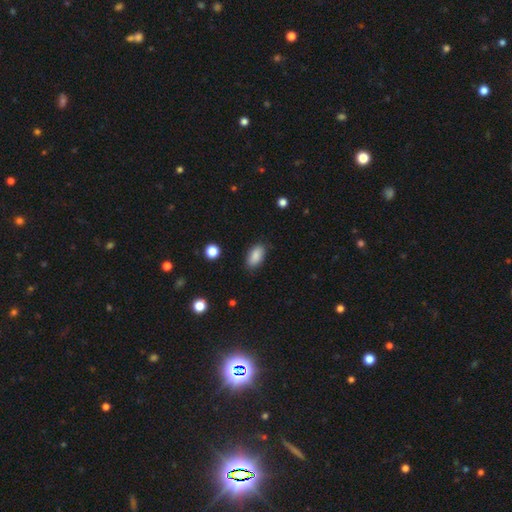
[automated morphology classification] Q: Smooth or featured?
A: smooth (87%); runner-up: star or artifact (8%)
Q: How rounded?
A: in between (91%); runner-up: cigar-shaped (5%)
Q: Merging?
A: none (84%); runner-up: minor disturbance (12%)